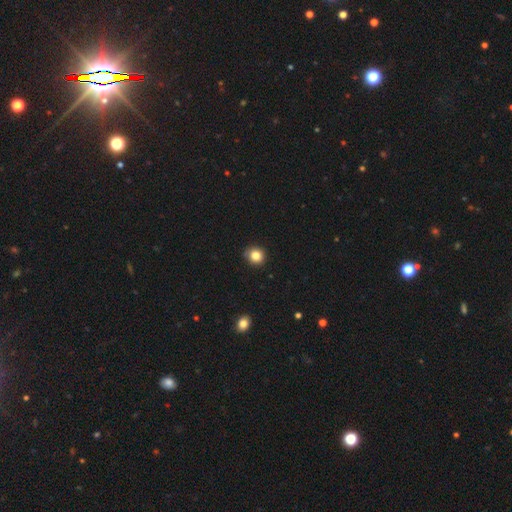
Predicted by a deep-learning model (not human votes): Overall: smooth (83%). How rounded: round (88%). Merging: none (87%).